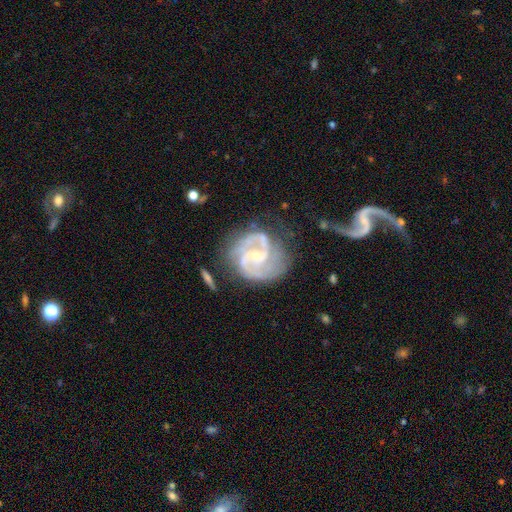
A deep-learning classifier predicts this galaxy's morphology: smooth_or_featured: featured or disk (p=0.90) [alt: star or artifact p=0.05]
disk_edge_on: no (p=0.98) [alt: yes p=0.02]
bar: no (p=0.46) [alt: weak p=0.42]
has_spiral_arms: yes (p=0.97) [alt: no p=0.03]
spiral_winding: medium (p=0.50) [alt: tight p=0.39]
spiral_arm_count: 2 (p=0.66) [alt: 3 p=0.15]
bulge_size: small (p=0.74) [alt: moderate p=0.22]
merging: none (p=0.60) [alt: minor disturbance p=0.23]